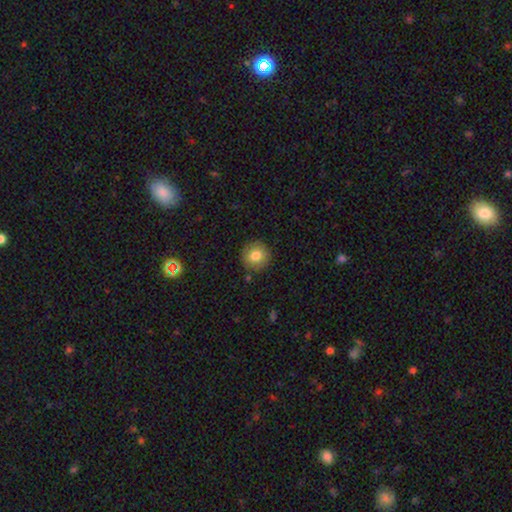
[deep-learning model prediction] The model was most divided on "smooth or featured": smooth: 80%, featured or disk: 11%, star or artifact: 9%. More confident: how rounded — round (94%); merging — none (89%).